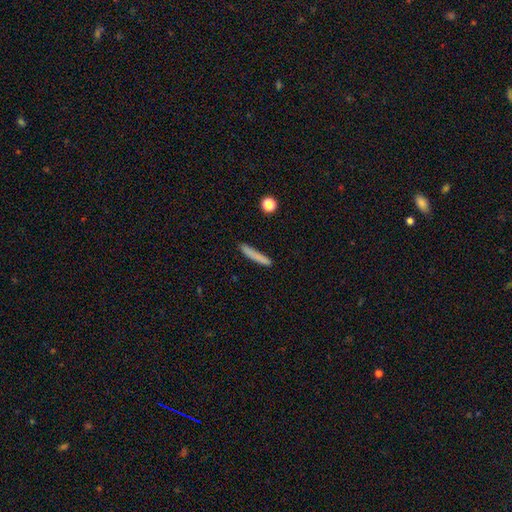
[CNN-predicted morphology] This is likely a smooth galaxy (79%). How rounded: clearly cigar-shaped (94%). Merging: clearly none (86%).